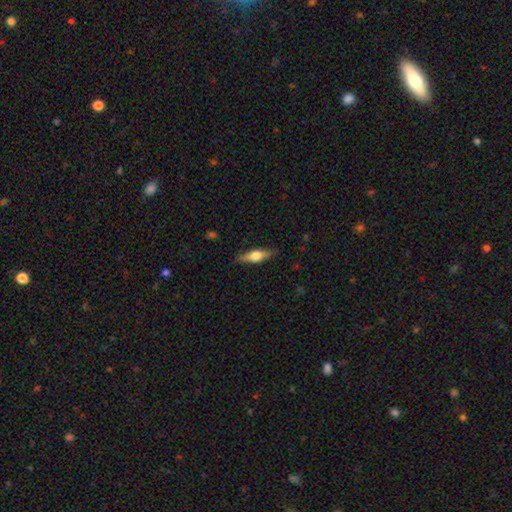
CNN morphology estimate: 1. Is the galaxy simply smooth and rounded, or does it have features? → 53% smooth, 41% featured or disk, 6% star or artifact.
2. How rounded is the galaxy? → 56% cigar-shaped, 41% in between, 3% round.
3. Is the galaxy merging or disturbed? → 85% none, 11% minor disturbance, 2% major disturbance, 1% merger.